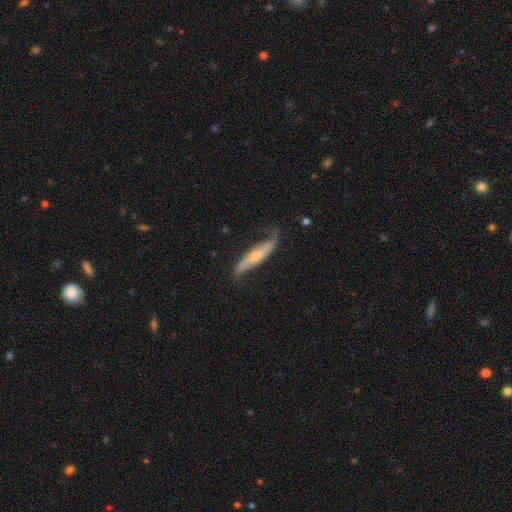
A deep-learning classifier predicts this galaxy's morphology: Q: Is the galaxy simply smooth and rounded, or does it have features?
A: featured or disk — 76%.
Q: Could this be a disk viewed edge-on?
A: no — 65%.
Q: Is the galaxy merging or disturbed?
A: none — 66%.